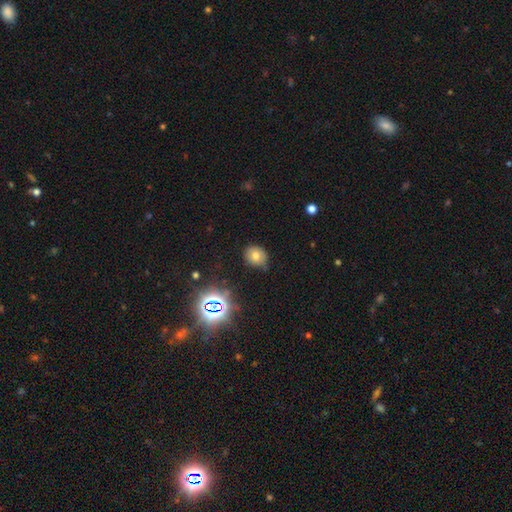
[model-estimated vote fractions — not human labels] A smooth galaxy with no disk features (68%) that is round (58%). Merging: none (79%).